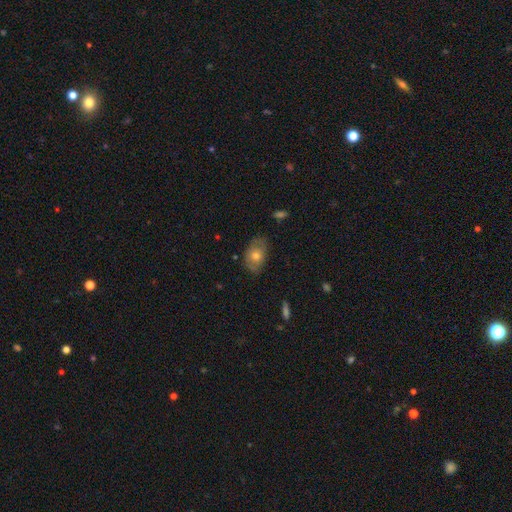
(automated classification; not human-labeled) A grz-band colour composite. It shows a smooth galaxy with no disk features (53%) that is in between round and cigar-shaped (78%). Merging: none (71%).